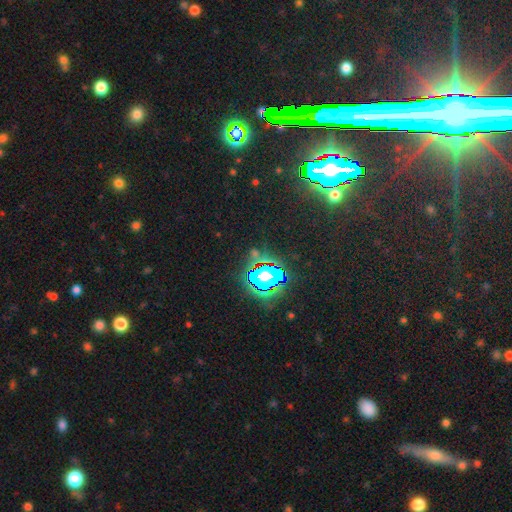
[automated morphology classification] type=star or artifact (75%).